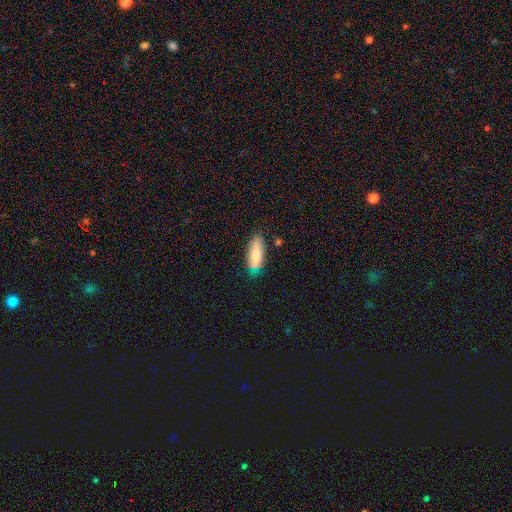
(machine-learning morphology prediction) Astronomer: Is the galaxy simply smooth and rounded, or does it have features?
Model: smooth — 79%.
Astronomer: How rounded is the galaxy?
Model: in between — 67%.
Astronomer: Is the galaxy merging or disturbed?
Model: none — 76%.